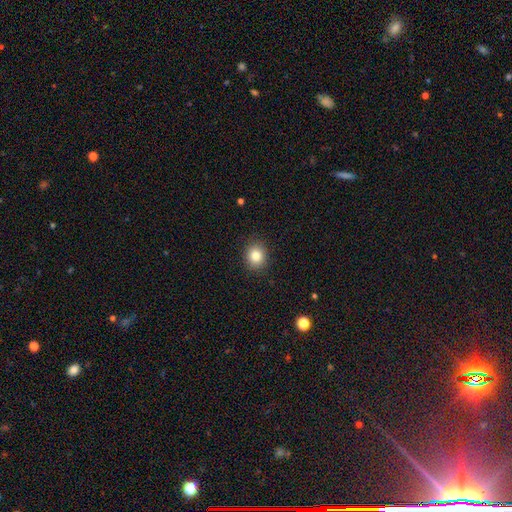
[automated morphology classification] smooth-or-featured: smooth: 83% | star or artifact: 11% | featured or disk: 7%
  how-rounded: round: 74% | in between: 25% | cigar-shaped: 1%
  merging: none: 90% | minor disturbance: 7% | major disturbance: 2% | merger: 1%